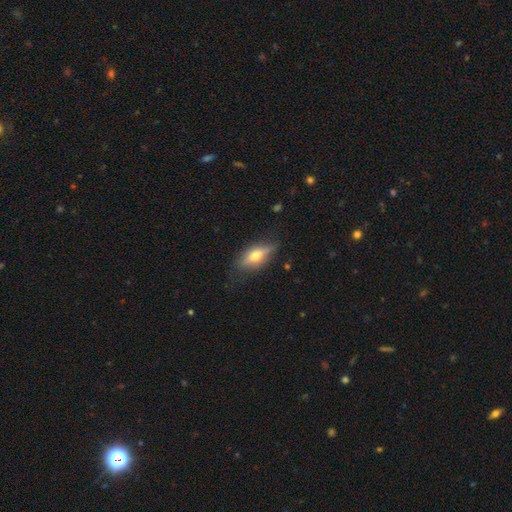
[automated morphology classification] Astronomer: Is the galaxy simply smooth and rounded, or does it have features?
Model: smooth — 54% (runner-up: featured or disk, 39%).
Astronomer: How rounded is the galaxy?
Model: in between — 69%.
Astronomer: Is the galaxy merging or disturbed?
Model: none — 75%.